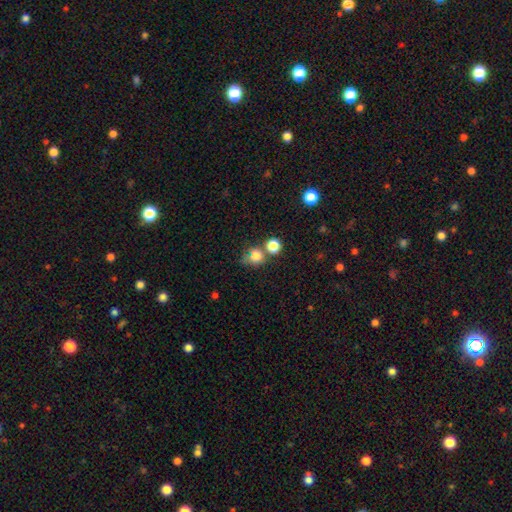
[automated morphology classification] The model was most divided on "merging": none: 51%, merger: 26%, minor disturbance: 16%, major disturbance: 8%. More confident: smooth or featured — smooth (76%); how rounded — round (74%).